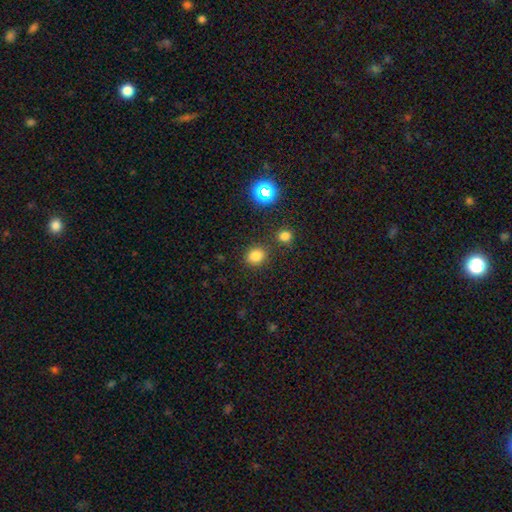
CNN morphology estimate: Overall: smooth (80%). How rounded: round (69%; in between 30%). Merging: none (82%).